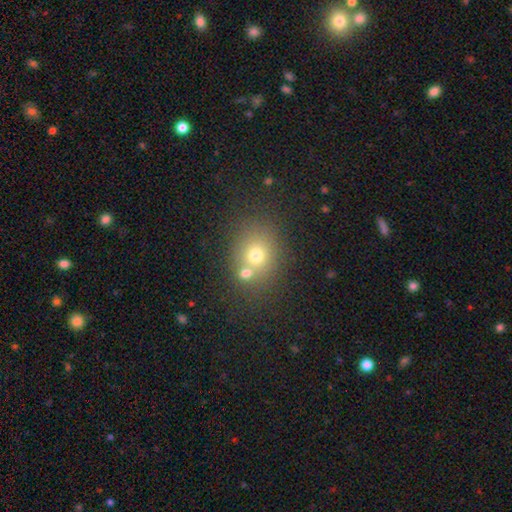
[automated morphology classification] Smooth or featured?
  - smooth: 68% *
  - star or artifact: 16%
  - featured or disk: 16%
How rounded?
  - round: 64% *
  - in between: 35%
  - cigar-shaped: 1%
Merging?
  - none: 57% *
  - merger: 29%
  - minor disturbance: 10%
  - major disturbance: 4%